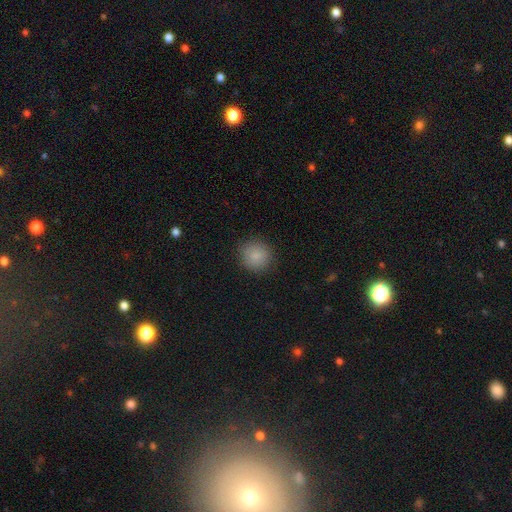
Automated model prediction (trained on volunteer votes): Smooth or featured?
  - smooth: 86% *
  - star or artifact: 9%
  - featured or disk: 5%
How rounded?
  - round: 93% *
  - in between: 6%
  - cigar-shaped: 1%
Merging?
  - none: 88% *
  - minor disturbance: 8%
  - major disturbance: 3%
  - merger: 1%